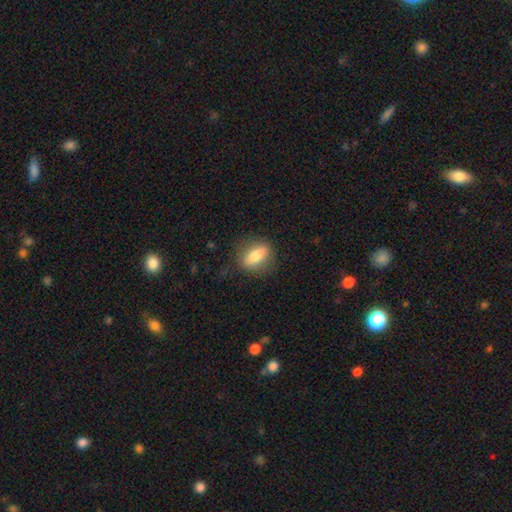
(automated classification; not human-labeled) Smooth or featured?
  - smooth: 70% *
  - featured or disk: 23%
  - star or artifact: 8%
How rounded?
  - in between: 68% *
  - cigar-shaped: 17%
  - round: 15%
Merging?
  - none: 80% *
  - minor disturbance: 13%
  - major disturbance: 5%
  - merger: 1%